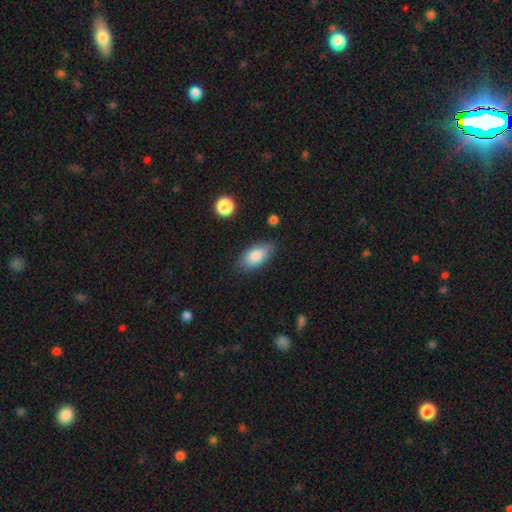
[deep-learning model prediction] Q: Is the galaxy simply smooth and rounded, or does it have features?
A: smooth — 85%.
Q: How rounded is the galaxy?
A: in between — 91%.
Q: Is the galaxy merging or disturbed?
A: none — 80%.